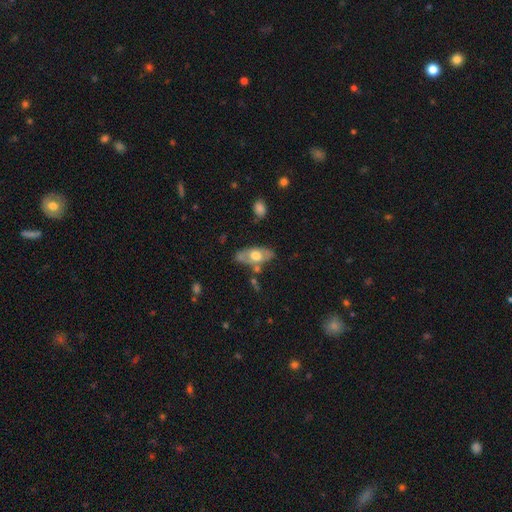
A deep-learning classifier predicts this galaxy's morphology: Smooth or featured? featured or disk (48%)
Merging? none (67%)